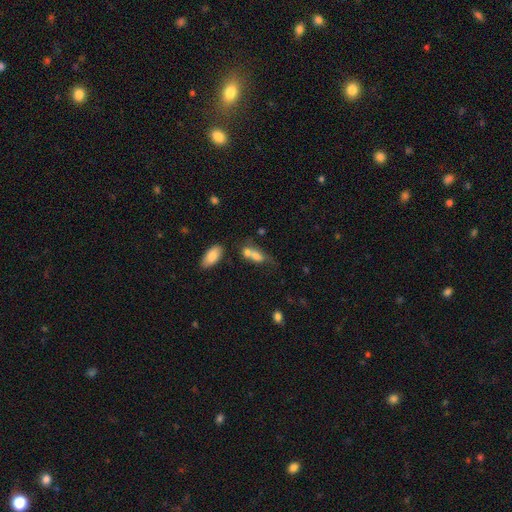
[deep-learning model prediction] This appears to be a smooth galaxy with no disk features (74%) that is in between round and cigar-shaped (75%). Merging: merger (46%).